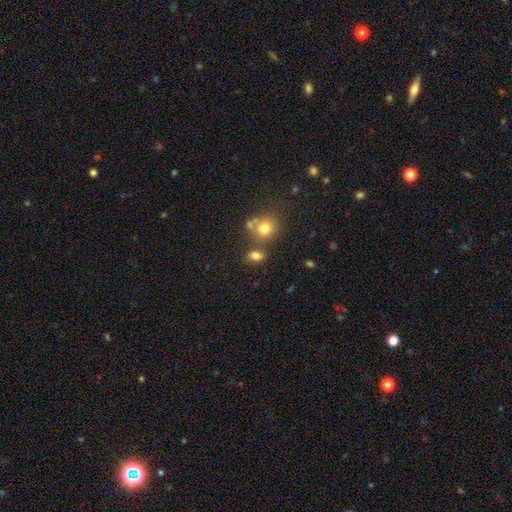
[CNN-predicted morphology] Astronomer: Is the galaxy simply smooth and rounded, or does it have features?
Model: smooth — 78%.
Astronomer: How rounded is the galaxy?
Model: in between — 74%.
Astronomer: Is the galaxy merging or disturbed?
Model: none — 63%.